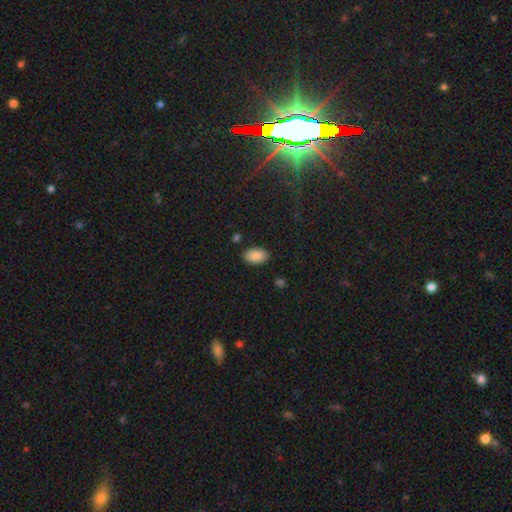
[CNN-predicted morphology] Smooth or featured? smooth (88%)
How rounded? in between (92%)
Merging? none (86%)